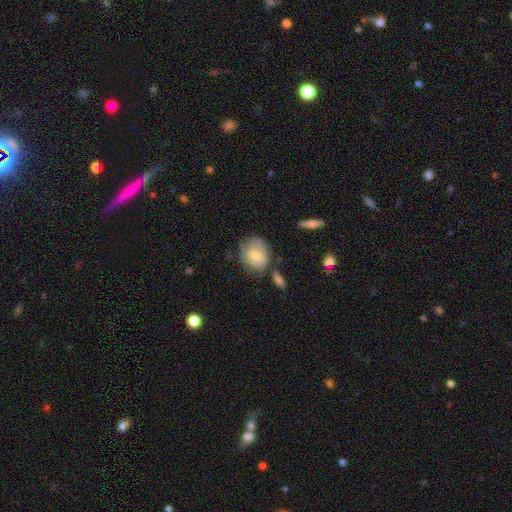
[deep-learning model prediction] Smooth or featured? smooth (72%)
How rounded? round (54%)
Merging? none (53%)